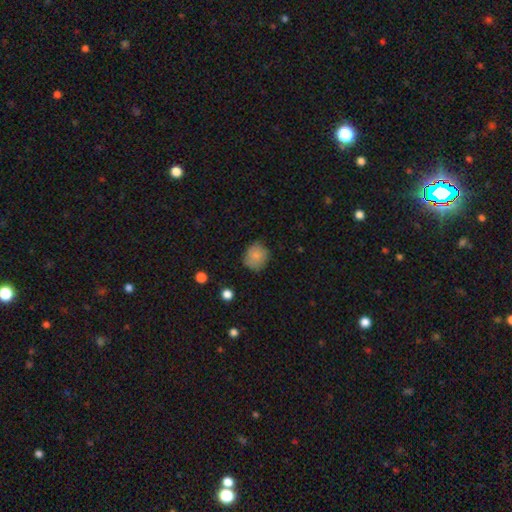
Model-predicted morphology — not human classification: A smooth galaxy with no disk features (82%) that is round (75%). Merging: none (71%).